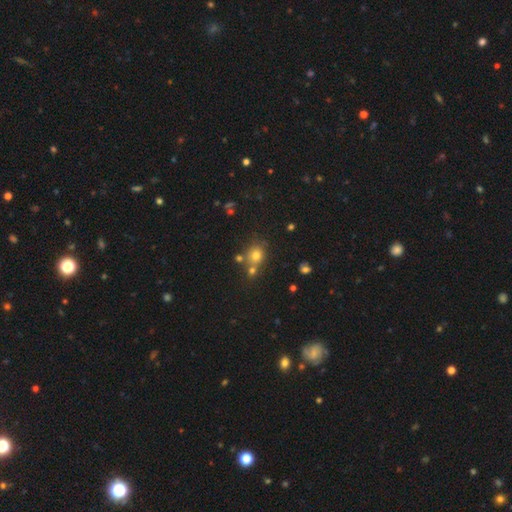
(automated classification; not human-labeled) This is likely a smooth galaxy (71%). How rounded: likely round (78%). Merging: likely none (61%).